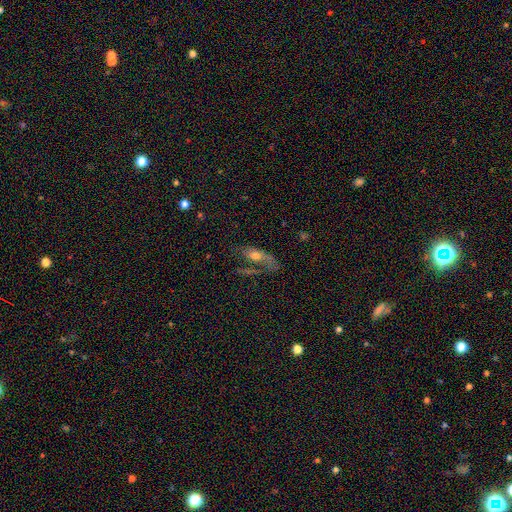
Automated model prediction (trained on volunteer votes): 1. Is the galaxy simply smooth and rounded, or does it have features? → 49% featured or disk, 40% smooth, 11% star or artifact.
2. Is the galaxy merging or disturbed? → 37% major disturbance, 34% none, 21% minor disturbance, 9% merger.